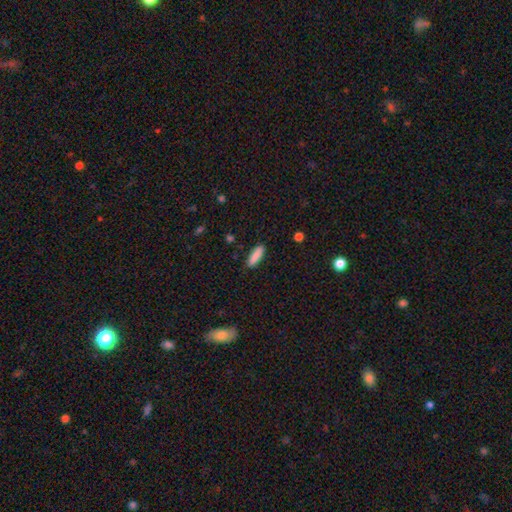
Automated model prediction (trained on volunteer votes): Smooth or featured?
  - smooth: 88% *
  - star or artifact: 7%
  - featured or disk: 5%
How rounded?
  - cigar-shaped: 49% * (tied)
  - in between: 49% * (tied)
  - round: 2%
Merging?
  - none: 86% *
  - minor disturbance: 11%
  - major disturbance: 2%
  - merger: 1%